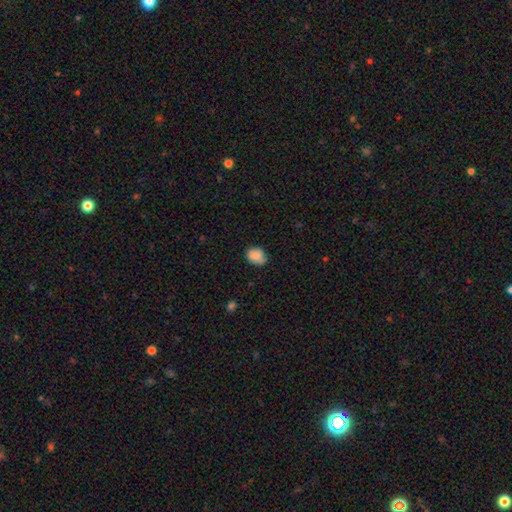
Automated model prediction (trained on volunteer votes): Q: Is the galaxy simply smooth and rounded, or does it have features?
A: smooth — 87%.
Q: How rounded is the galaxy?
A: in between — 60%.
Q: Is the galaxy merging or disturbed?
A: none — 73%.